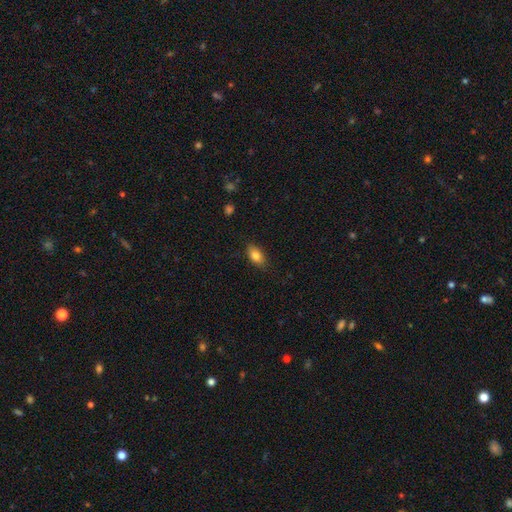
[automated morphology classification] smooth_or_featured: smooth (p=0.81) [alt: featured or disk p=0.11]
how_rounded: in between (p=0.87) [alt: round p=0.09]
merging: none (p=0.84) [alt: minor disturbance p=0.13]